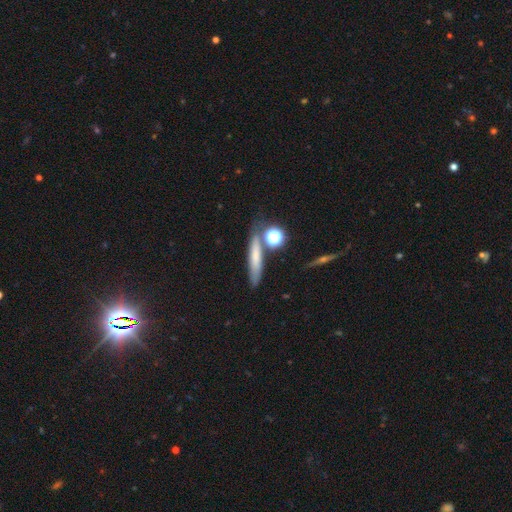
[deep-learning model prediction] smooth-or-featured: smooth: 64% | featured or disk: 24% | star or artifact: 13%
  how-rounded: cigar-shaped: 75% | in between: 15% | round: 10%
  merging: none: 70% | minor disturbance: 14% | merger: 12% | major disturbance: 5%